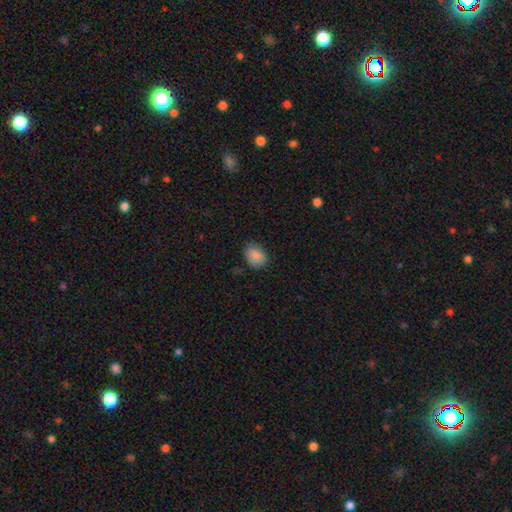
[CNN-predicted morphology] This is clearly a smooth galaxy (88%). How rounded: likely in between (67%). Merging: clearly none (80%).